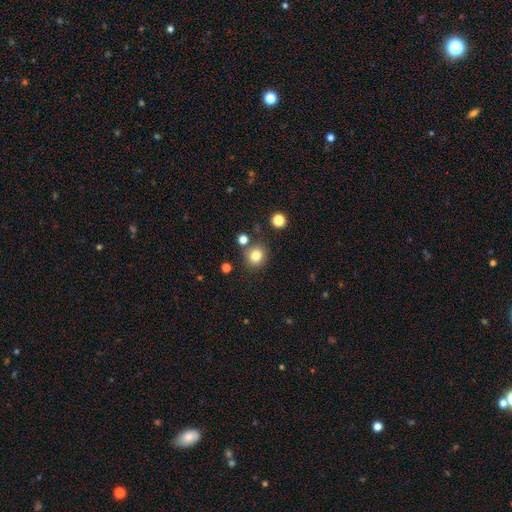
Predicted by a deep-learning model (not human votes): smooth-or-featured: smooth: 80% | star or artifact: 13% | featured or disk: 7%
  how-rounded: round: 86% | in between: 13% | cigar-shaped: 1%
  merging: none: 80% | minor disturbance: 9% | merger: 7% | major disturbance: 3%